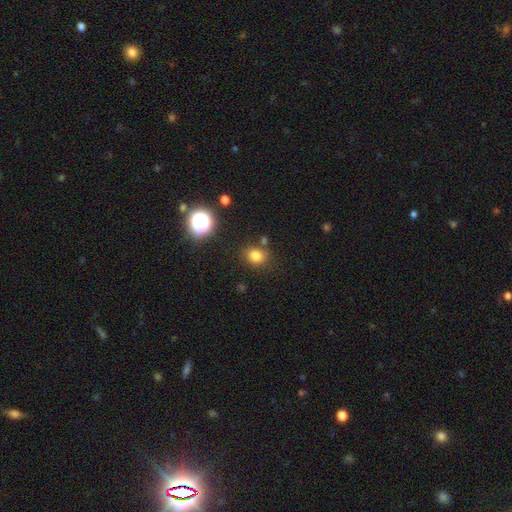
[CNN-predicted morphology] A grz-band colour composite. It shows a smooth galaxy with no disk features (78%) that is round (72%). Merging: none (78%).